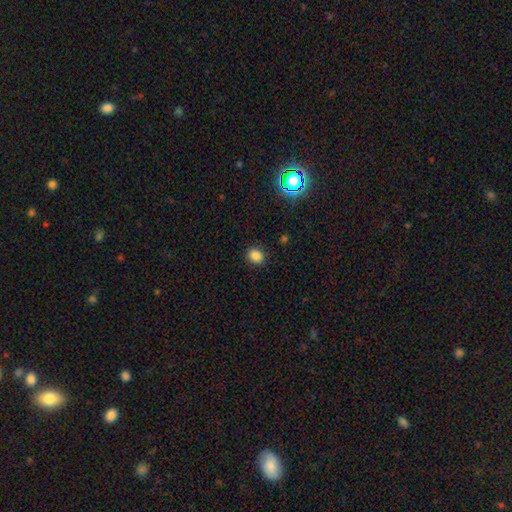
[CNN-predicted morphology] The model was most divided on "how rounded": round: 62%, in between: 37%, cigar-shaped: 1%. More confident: merging — none (88%); smooth or featured — smooth (83%).